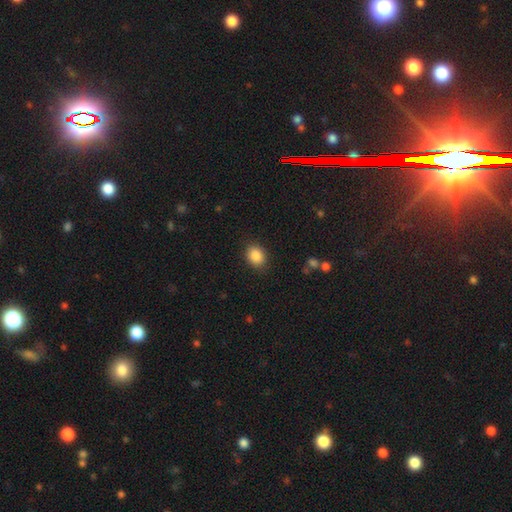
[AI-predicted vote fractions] This is clearly a smooth galaxy (88%). How rounded: possibly in between (55%). Merging: clearly none (87%).